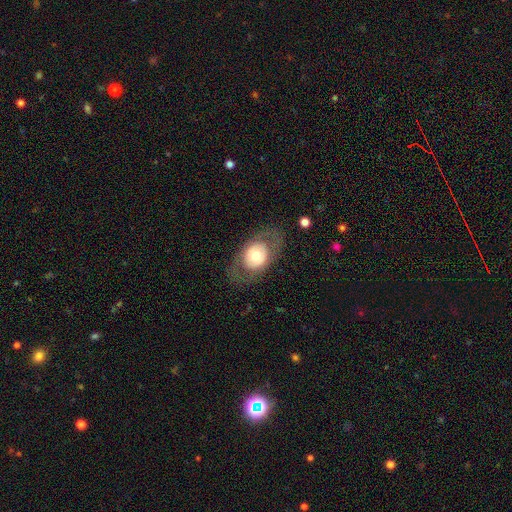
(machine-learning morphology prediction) Smooth or featured: smooth — 50% (featured or disk — 44%)
Merging: none — 75% (minor disturbance — 13%)